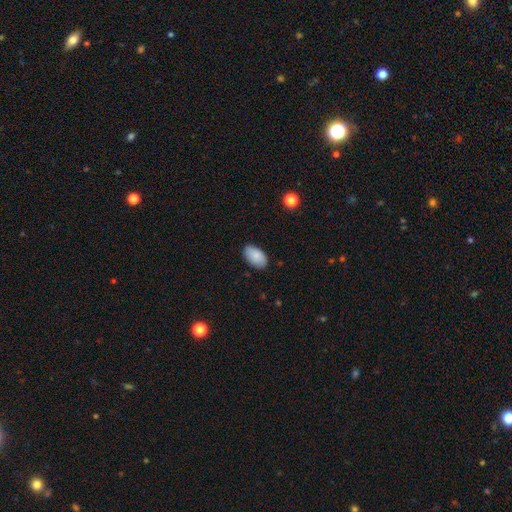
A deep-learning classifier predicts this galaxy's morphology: type=smooth (86%); roundness=in between (94%); merging=none (84%).